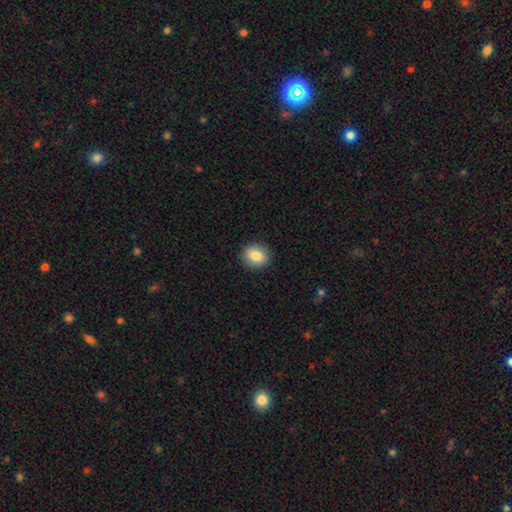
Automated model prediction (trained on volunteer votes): Morphology: type=smooth (83%); roundness=round (77%); merging=none (91%).